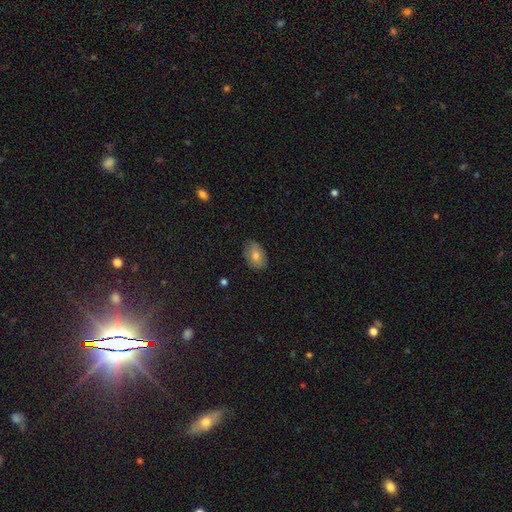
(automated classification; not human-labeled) Smooth or featured? smooth (72%)
How rounded? in between (88%)
Merging? none (84%)